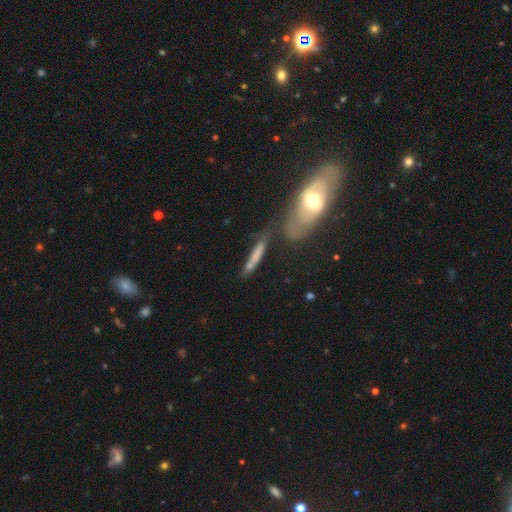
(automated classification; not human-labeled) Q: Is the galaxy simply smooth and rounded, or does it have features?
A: smooth — 61%.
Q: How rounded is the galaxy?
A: cigar-shaped — 87%.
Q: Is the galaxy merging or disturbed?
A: none — 48%.